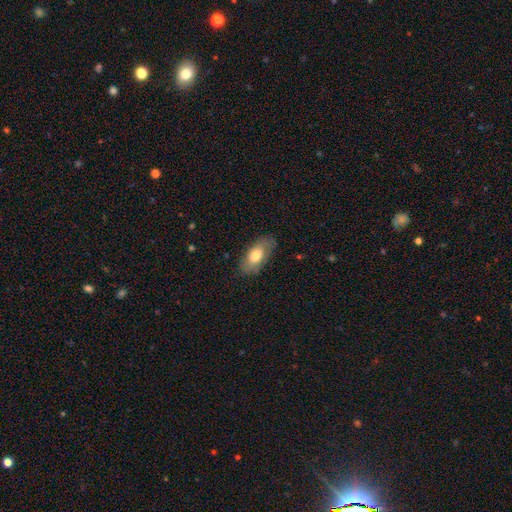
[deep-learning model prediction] Smooth or featured? Predicted: smooth (p=0.73). How rounded? Predicted: in between (p=0.90). Merging? Predicted: none (p=0.78).